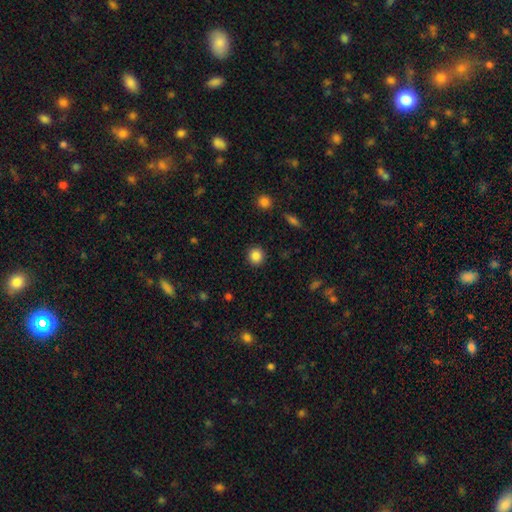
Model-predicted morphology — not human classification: A smooth galaxy with no disk features (86%) that is round (92%). Merging: none (91%).